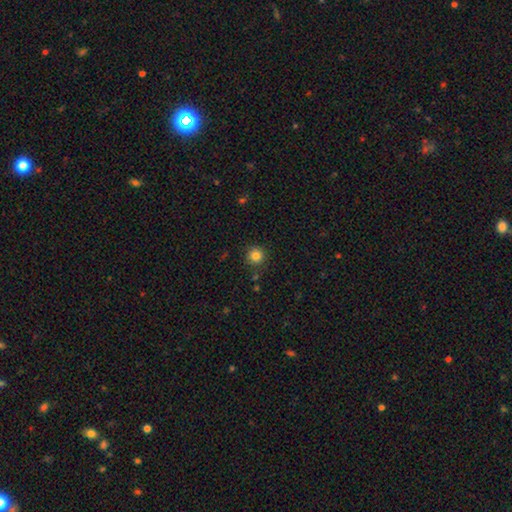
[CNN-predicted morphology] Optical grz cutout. It shows a smooth galaxy with no disk features (82%) that is round (95%). Merging: none (89%).